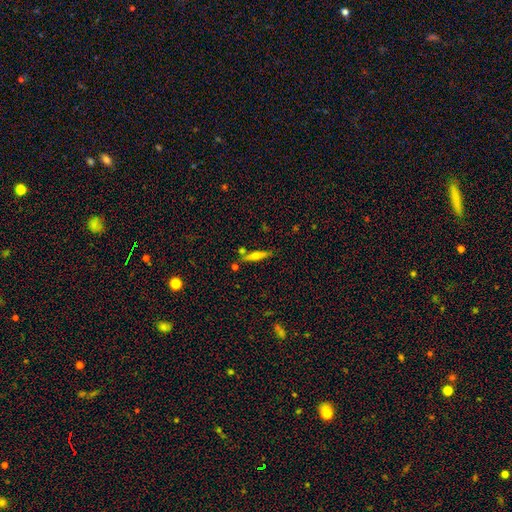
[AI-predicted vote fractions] smooth-or-featured: smooth: 47% | featured or disk: 45% | star or artifact: 8%
  merging: none: 73% | minor disturbance: 13% | merger: 11% | major disturbance: 3%